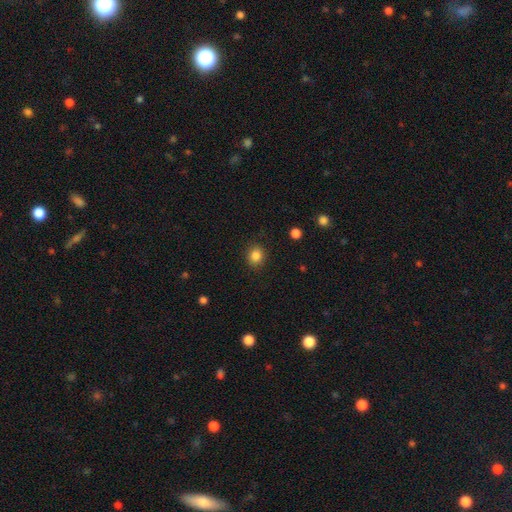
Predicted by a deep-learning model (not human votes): smooth 85%, star or artifact 10%, featured or disk 5%. Down the decision tree: how rounded — round (71%); merging — none (89%).